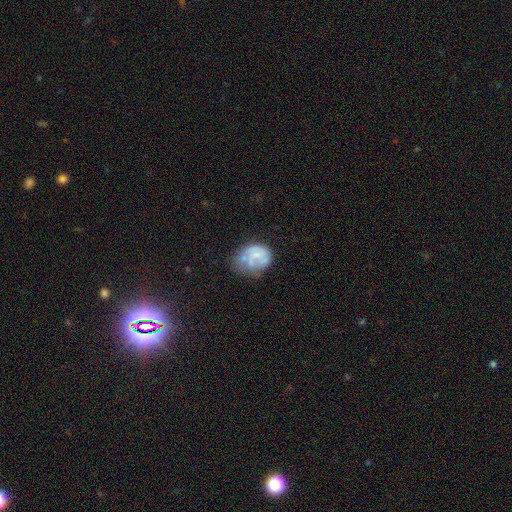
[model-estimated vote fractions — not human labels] Smooth or featured: smooth — 53% (featured or disk — 38%)
How rounded: in between — 52% (round — 47%)
Merging: none — 36% (minor disturbance — 32%)